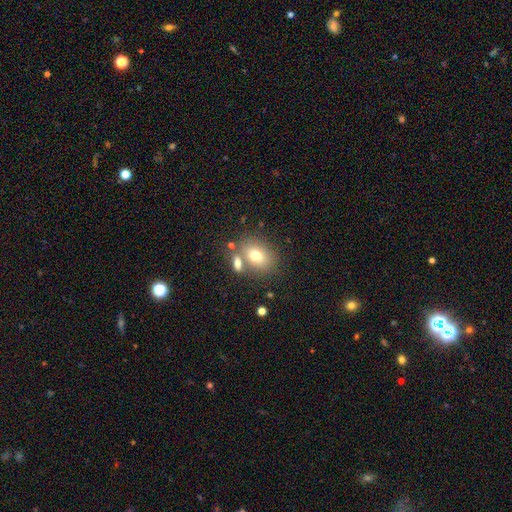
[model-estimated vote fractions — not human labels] smooth-or-featured: smooth: 74% | featured or disk: 16% | star or artifact: 11%
  how-rounded: in between: 66% | round: 33% | cigar-shaped: 1%
  merging: none: 59% | merger: 24% | minor disturbance: 12% | major disturbance: 4%